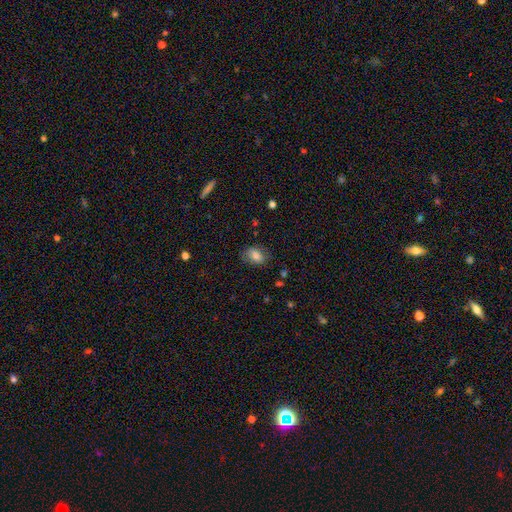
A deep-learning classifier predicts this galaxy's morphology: This is likely a smooth galaxy (78%). How rounded: likely in between (78%). Merging: likely none (76%).